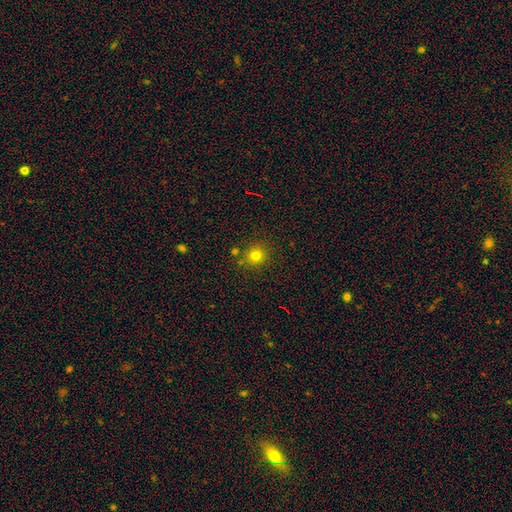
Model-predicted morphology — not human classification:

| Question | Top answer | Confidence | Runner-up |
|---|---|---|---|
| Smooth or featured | smooth | 77% | star or artifact (16%) |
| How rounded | round | 90% | in between (9%) |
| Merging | none | 82% | minor disturbance (9%) |